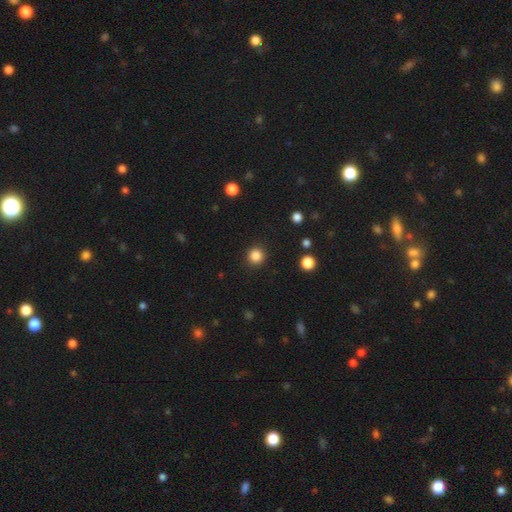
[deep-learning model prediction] Smooth or featured? smooth (85%)
How rounded? round (95%)
Merging? none (92%)